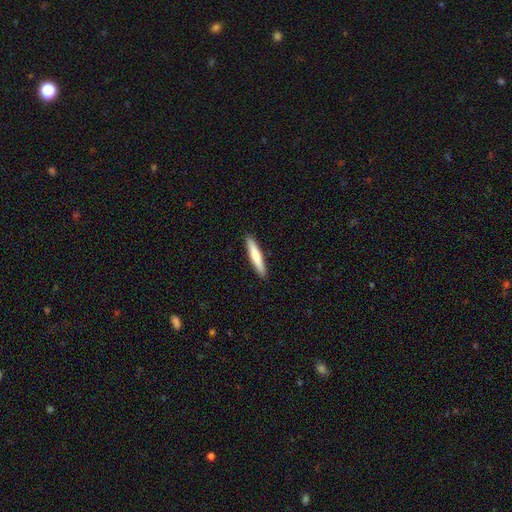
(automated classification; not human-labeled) smooth_or_featured: smooth (p=0.67) [alt: featured or disk p=0.29]
how_rounded: cigar-shaped (p=0.92) [alt: in between p=0.07]
merging: none (p=0.92) [alt: minor disturbance p=0.06]